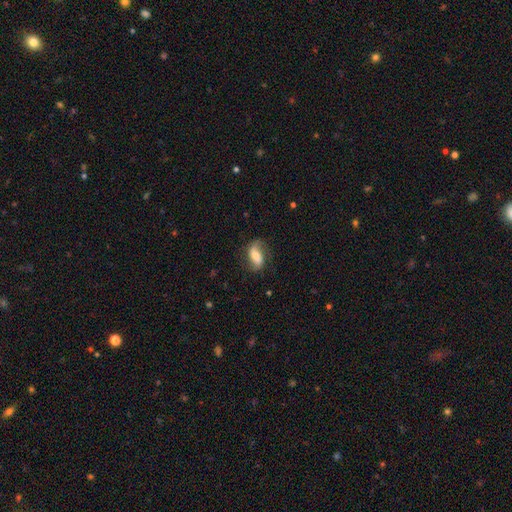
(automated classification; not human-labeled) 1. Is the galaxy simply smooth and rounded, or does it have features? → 55% featured or disk, 38% smooth, 7% star or artifact.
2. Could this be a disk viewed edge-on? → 91% no, 9% yes.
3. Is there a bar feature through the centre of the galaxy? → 38% no, 32% weak, 30% strong.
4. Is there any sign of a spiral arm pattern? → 84% yes, 16% no.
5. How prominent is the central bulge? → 61% moderate, 25% small, 10% large, 2% none, 2% dominant.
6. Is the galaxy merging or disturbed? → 73% none, 19% minor disturbance, 7% major disturbance, 1% merger.